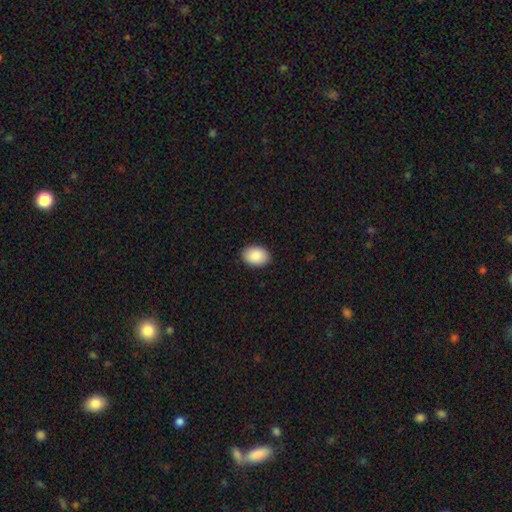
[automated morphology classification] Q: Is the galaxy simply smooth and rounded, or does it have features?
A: smooth — 91%.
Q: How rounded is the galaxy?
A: in between — 79%.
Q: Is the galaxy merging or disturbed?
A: none — 90%.